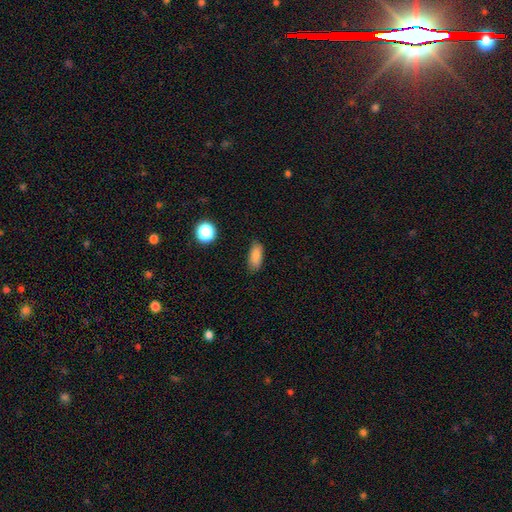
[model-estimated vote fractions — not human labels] Smooth or featured? Predicted: smooth (p=0.85). How rounded? Predicted: in between (p=0.80). Merging? Predicted: none (p=0.83).